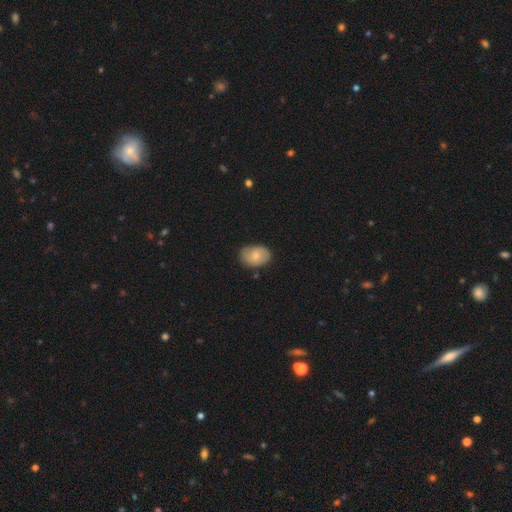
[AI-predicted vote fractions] Overall: smooth (67%). How rounded: in between (76%). Merging: none (76%).